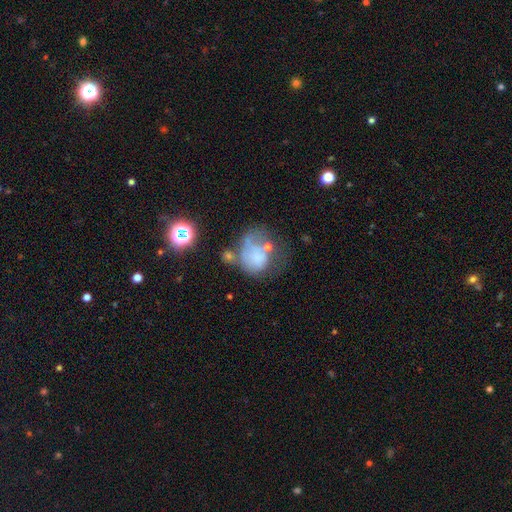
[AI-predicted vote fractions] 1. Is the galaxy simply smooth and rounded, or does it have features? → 50% smooth, 36% featured or disk, 14% star or artifact.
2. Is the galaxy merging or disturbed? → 37% major disturbance, 25% none, 21% minor disturbance, 17% merger.